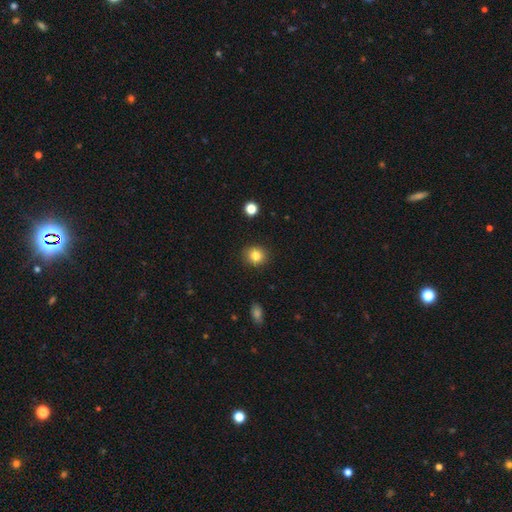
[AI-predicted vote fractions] Smooth or featured?
  - smooth: 84% *
  - star or artifact: 10%
  - featured or disk: 6%
How rounded?
  - round: 86% *
  - in between: 13%
  - cigar-shaped: 1%
Merging?
  - none: 90% *
  - minor disturbance: 7%
  - major disturbance: 2%
  - merger: 1%